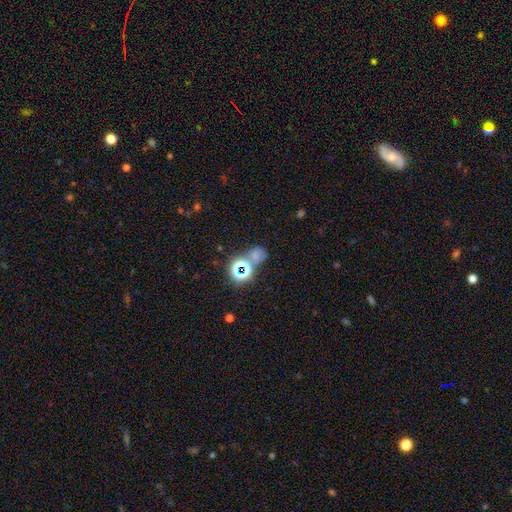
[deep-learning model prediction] Smooth or featured? Predicted: star or artifact (p=0.45).